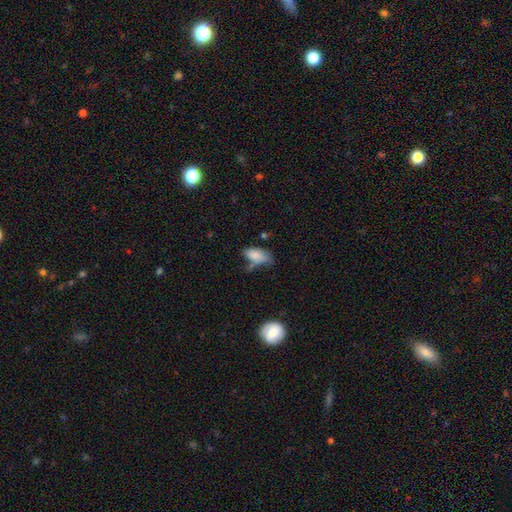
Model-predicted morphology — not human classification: This appears to be a smooth galaxy with no disk features (80%) that is in between round and cigar-shaped (90%). Merging: none (42%).